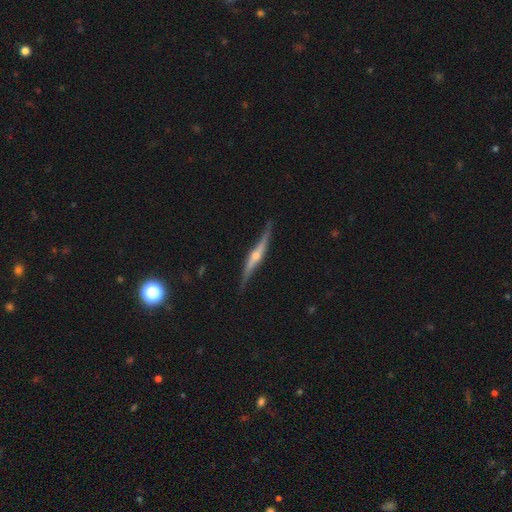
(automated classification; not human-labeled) Q: Smooth or featured?
A: featured or disk (79%); runner-up: smooth (16%)
Q: Edge-on disk?
A: yes (92%); runner-up: no (8%)
Q: Edge-on bulge?
A: rounded (86%); runner-up: none (8%)
Q: Merging?
A: none (76%); runner-up: minor disturbance (18%)